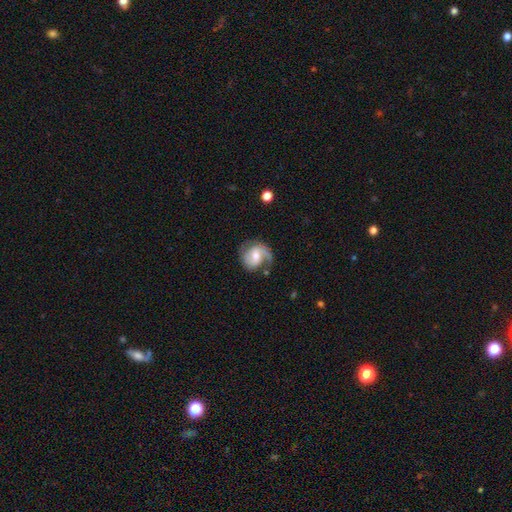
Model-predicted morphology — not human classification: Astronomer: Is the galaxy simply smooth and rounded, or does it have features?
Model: featured or disk — 73%.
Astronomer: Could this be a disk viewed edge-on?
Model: no — 98%.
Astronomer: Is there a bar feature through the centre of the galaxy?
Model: weak — 49% (runner-up: no, 35%).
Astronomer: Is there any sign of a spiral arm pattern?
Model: yes — 92%.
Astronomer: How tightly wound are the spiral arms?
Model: medium — 45% (runner-up: tight, 30%).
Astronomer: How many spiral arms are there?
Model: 2 — 52% (runner-up: 1, 39%).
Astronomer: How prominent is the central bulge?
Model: moderate — 62%.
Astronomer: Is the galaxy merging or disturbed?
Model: none — 58%.